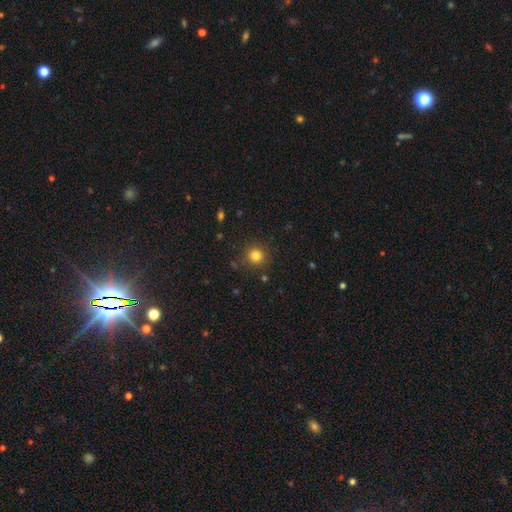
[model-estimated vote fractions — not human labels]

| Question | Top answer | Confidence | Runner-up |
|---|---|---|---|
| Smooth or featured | smooth | 81% | star or artifact (14%) |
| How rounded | round | 93% | in between (6%) |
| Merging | none | 88% | minor disturbance (7%) |